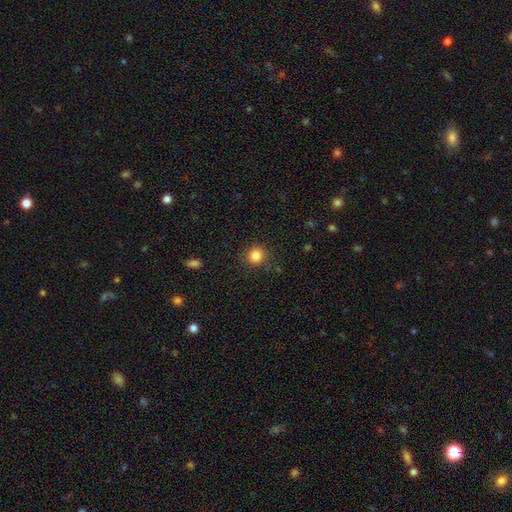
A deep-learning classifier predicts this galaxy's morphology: Smooth or featured?
  - smooth: 85% *
  - star or artifact: 11%
  - featured or disk: 5%
How rounded?
  - round: 91% *
  - in between: 8%
  - cigar-shaped: 1%
Merging?
  - none: 87% *
  - minor disturbance: 9%
  - major disturbance: 3%
  - merger: 1%